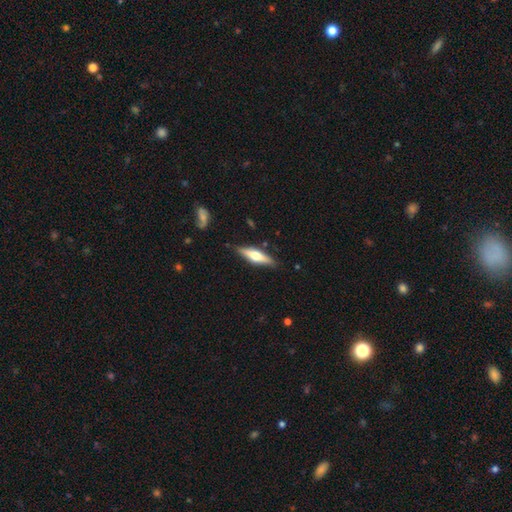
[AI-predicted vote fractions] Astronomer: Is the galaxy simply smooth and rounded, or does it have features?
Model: featured or disk — 55% (runner-up: smooth, 40%).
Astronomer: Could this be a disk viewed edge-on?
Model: yes — 93%.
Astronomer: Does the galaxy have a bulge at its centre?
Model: rounded — 90%.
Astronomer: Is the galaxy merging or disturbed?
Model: none — 84%.